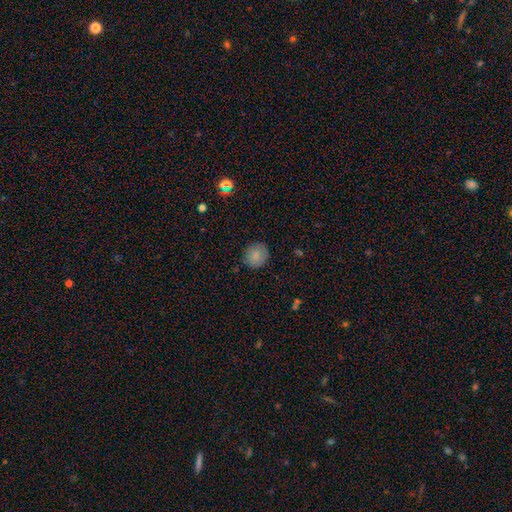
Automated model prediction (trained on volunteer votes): smooth 85%, star or artifact 9%, featured or disk 6%. Down the decision tree: how rounded — round (85%); merging — none (86%).